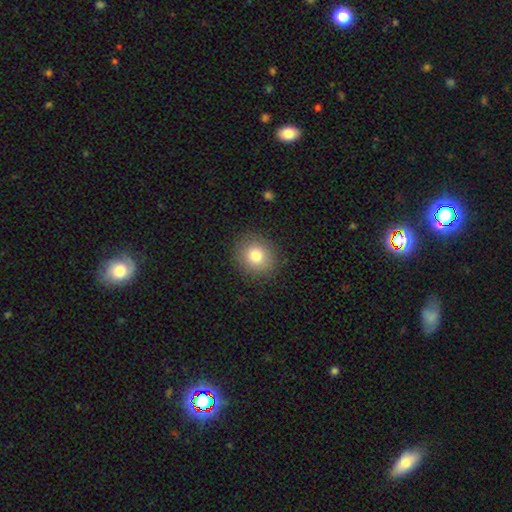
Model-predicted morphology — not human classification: A smooth galaxy with no disk features (79%) that is round (82%). Merging: none (88%).